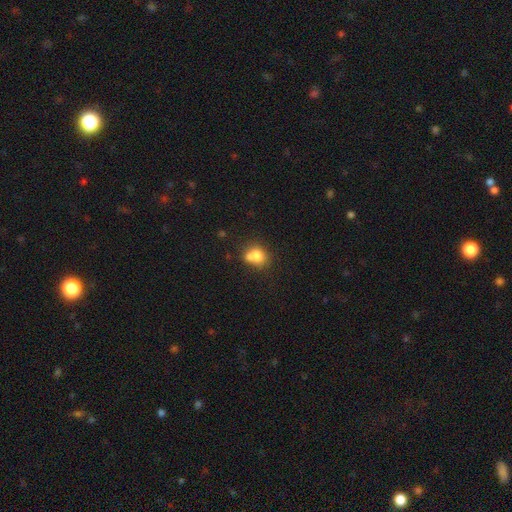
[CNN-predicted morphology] Overall: smooth (73%). How rounded: round (62%; in between 37%). Merging: merger (45%; none 37%).